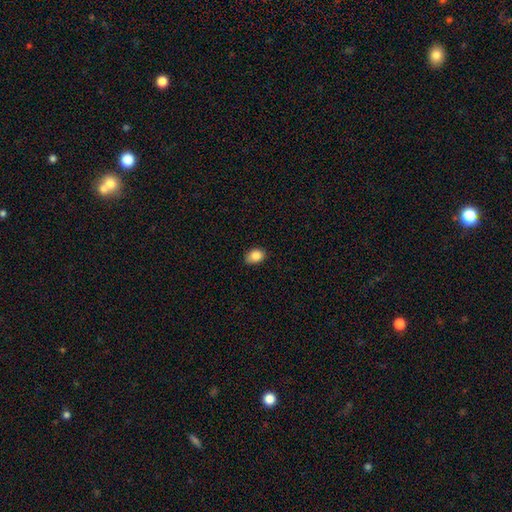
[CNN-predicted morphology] A smooth galaxy with no disk features (87%) that is in between round and cigar-shaped (76%). Merging: none (79%).